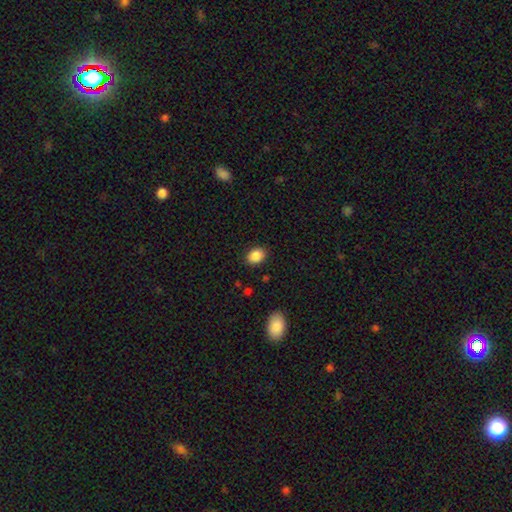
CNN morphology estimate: A smooth galaxy with no disk features (88%) that is in between round and cigar-shaped (67%). Merging: none (88%).